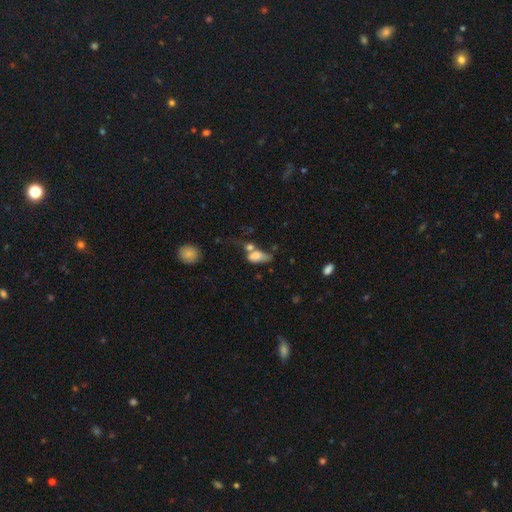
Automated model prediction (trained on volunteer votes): This is likely a smooth galaxy (73%). How rounded: clearly in between (83%). Merging: marginally merger (37%).